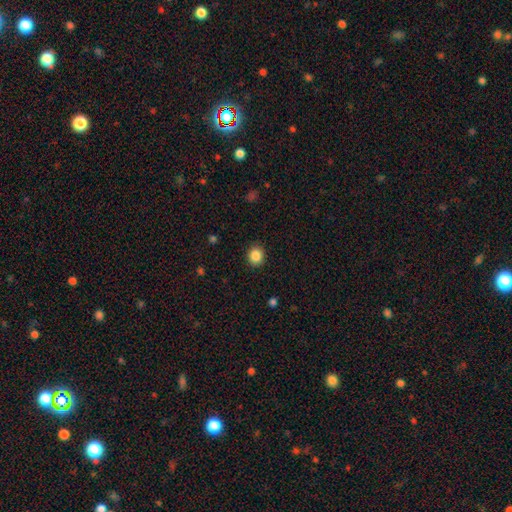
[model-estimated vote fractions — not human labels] The model was most divided on "how rounded": round: 73%, in between: 26%, cigar-shaped: 1%. More confident: merging — none (90%); smooth or featured — smooth (86%).